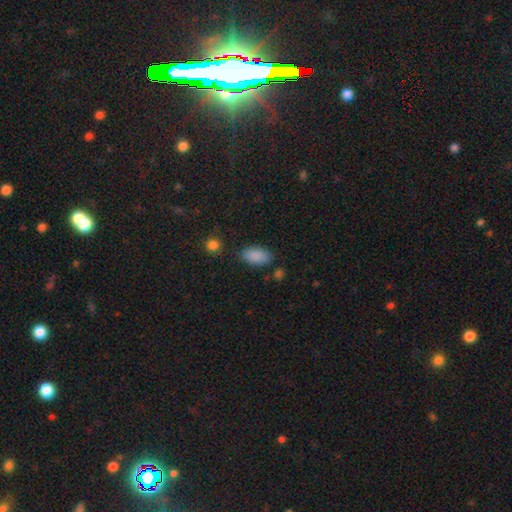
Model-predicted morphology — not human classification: This is clearly a smooth galaxy (88%). How rounded: clearly in between (93%). Merging: likely none (80%).